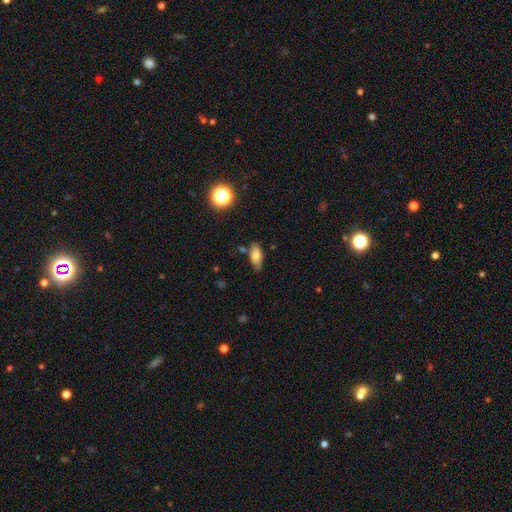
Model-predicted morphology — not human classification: A smooth galaxy with no disk features (76%) that is in between round and cigar-shaped (85%). Merging: none (73%).